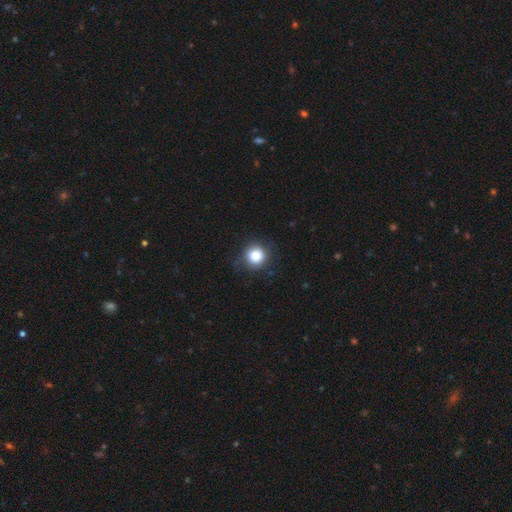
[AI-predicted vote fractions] This is clearly a smooth galaxy (83%). How rounded: clearly round (91%). Merging: clearly none (82%).